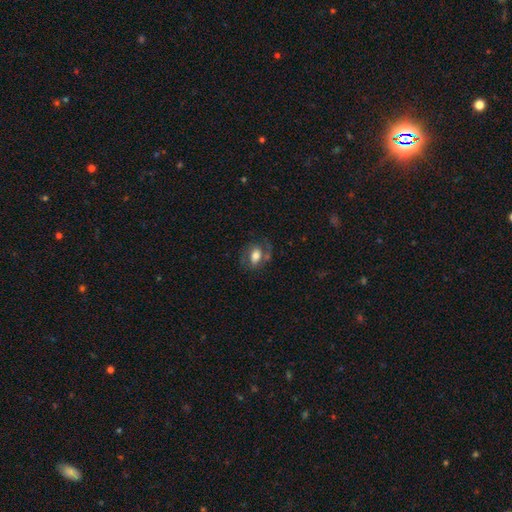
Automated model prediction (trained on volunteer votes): Morphology: type=smooth (57%); roundness=in between (78%); merging=none (57%).